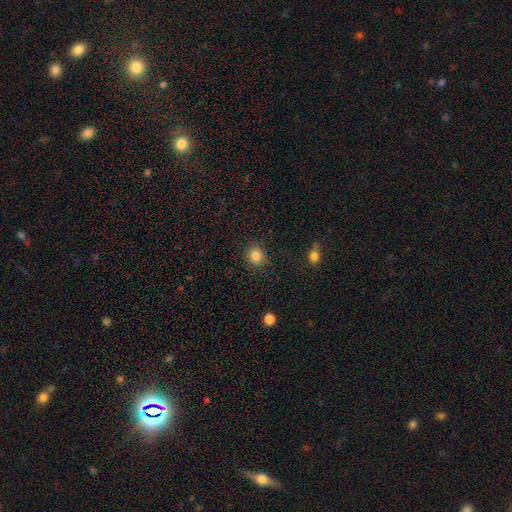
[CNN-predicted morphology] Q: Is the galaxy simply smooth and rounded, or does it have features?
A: smooth — 84%.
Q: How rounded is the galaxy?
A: round — 87%.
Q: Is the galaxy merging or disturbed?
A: none — 89%.